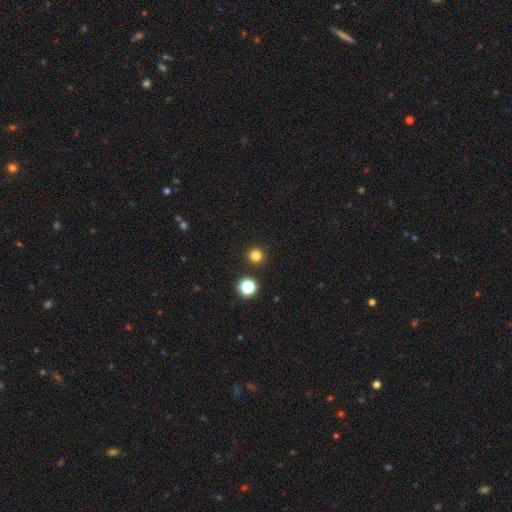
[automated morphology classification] This appears to be a smooth galaxy with no disk features (81%) that is round (95%). Merging: none (92%).